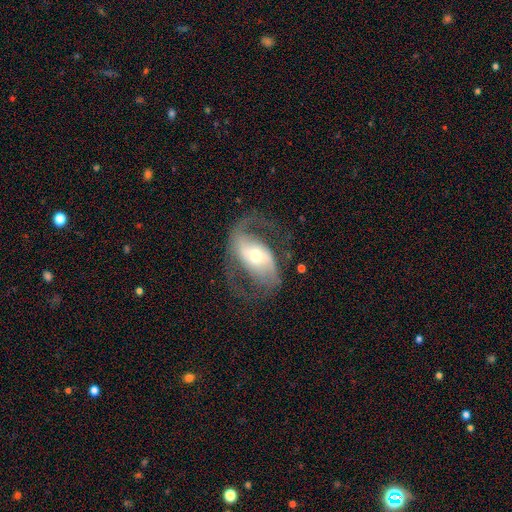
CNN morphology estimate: A featured or disk galaxy (85%) with a weak bar (34%), 2 (89%) loose (47%) spiral arms (90%) and a moderate central bulge (65%). Merging: none (67%).